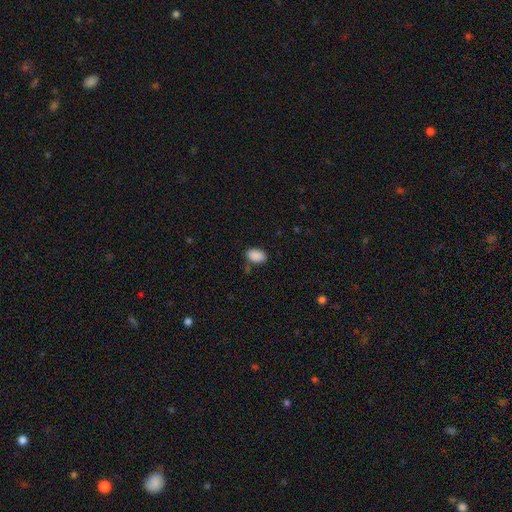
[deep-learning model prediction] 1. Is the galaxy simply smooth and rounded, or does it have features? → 89% smooth, 8% star or artifact, 3% featured or disk.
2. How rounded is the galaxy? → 90% in between, 8% round, 1% cigar-shaped.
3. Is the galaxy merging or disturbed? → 80% none, 14% minor disturbance, 3% merger, 3% major disturbance.